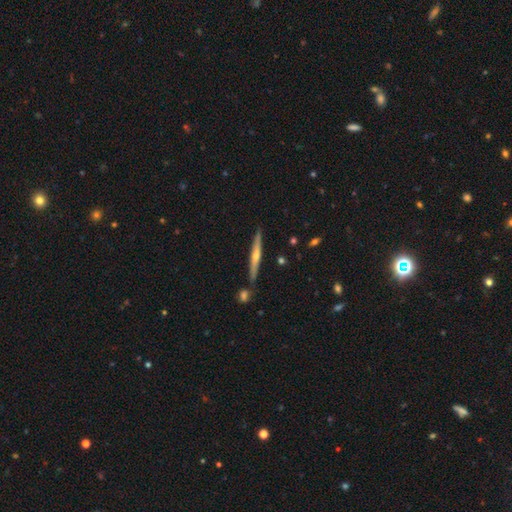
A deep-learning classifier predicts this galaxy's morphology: A featured or disk galaxy (64%) viewed edge-on (97%) with a rounded central bulge (76%). Merging: none (85%).